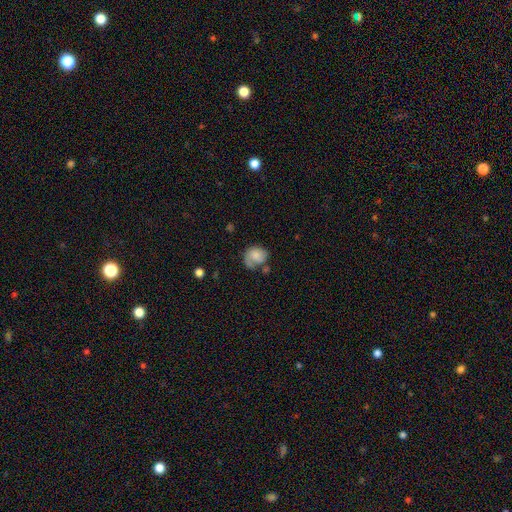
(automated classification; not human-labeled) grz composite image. It shows a smooth galaxy with no disk features (64%) that is round (58%). Merging: none (37%).